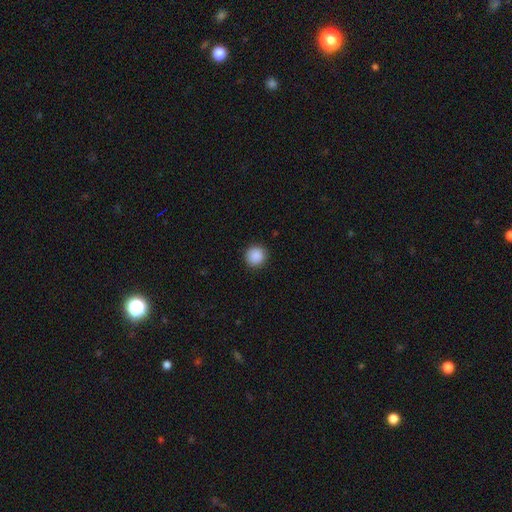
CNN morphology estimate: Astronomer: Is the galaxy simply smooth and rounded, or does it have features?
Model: smooth — 89%.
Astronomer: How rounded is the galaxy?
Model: round — 94%.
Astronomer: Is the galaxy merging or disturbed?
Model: none — 92%.